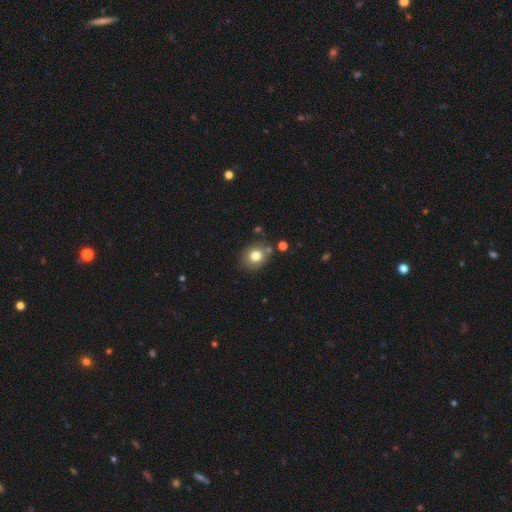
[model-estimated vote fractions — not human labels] The model was most divided on "how rounded": round: 67%, in between: 32%, cigar-shaped: 1%. More confident: smooth or featured — smooth (79%); merging — none (79%).